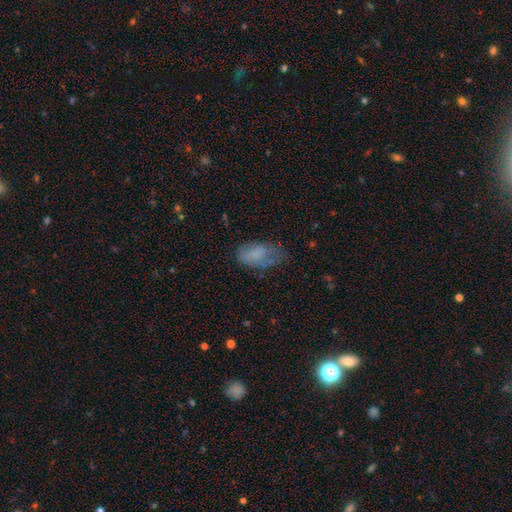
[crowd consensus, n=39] Smooth or featured? 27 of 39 (69%) said smooth. How rounded? 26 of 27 (96%) said in between. Merging? 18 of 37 (49%) said none.